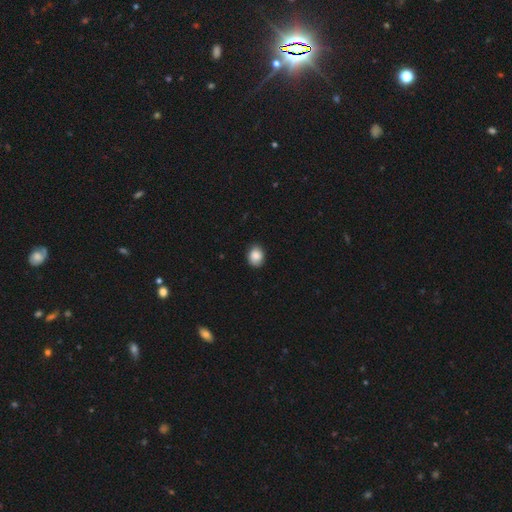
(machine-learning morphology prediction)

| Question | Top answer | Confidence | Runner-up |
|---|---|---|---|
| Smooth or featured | smooth | 87% | star or artifact (8%) |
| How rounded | round | 53% | in between (46%) |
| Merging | none | 85% | minor disturbance (12%) |